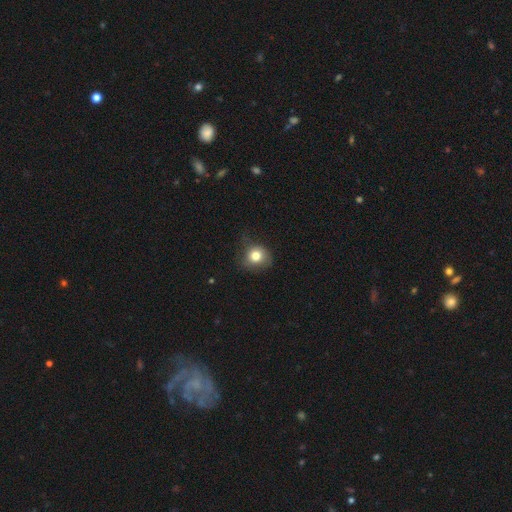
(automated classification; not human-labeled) A smooth galaxy with no disk features (78%) that is round (79%). Merging: none (61%).